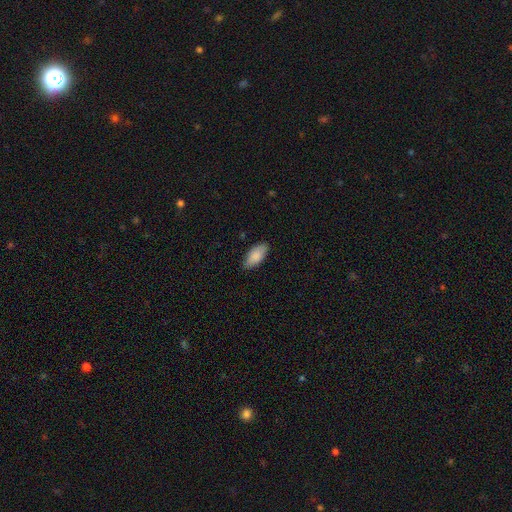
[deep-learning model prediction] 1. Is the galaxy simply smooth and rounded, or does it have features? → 87% smooth, 7% featured or disk, 6% star or artifact.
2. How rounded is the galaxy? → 88% in between, 10% cigar-shaped, 2% round.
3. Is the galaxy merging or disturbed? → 83% none, 14% minor disturbance, 2% major disturbance, 1% merger.